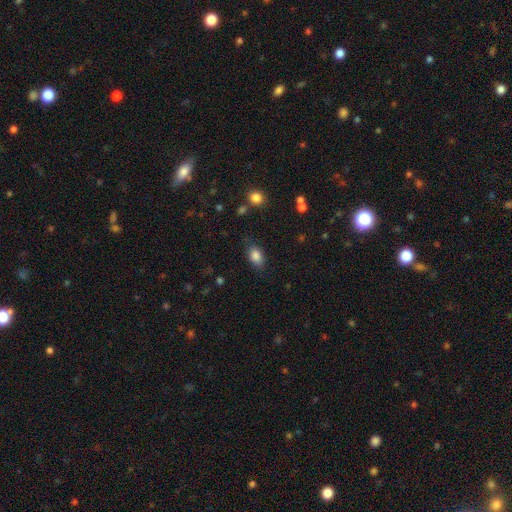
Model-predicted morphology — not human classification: type=smooth (85%); roundness=in between (86%); merging=none (78%).